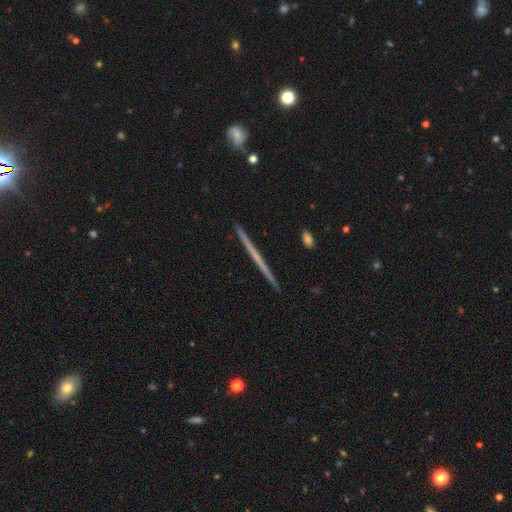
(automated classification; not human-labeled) Smooth or featured?
  - featured or disk: 64% *
  - smooth: 31%
  - star or artifact: 6%
Edge-on disk?
  - yes: 98% *
  - no: 2%
Edge-on bulge?
  - none: 87% *
  - rounded: 10%
  - boxy: 3%
Merging?
  - none: 93% *
  - minor disturbance: 5%
  - merger: 1%
  - major disturbance: 1%